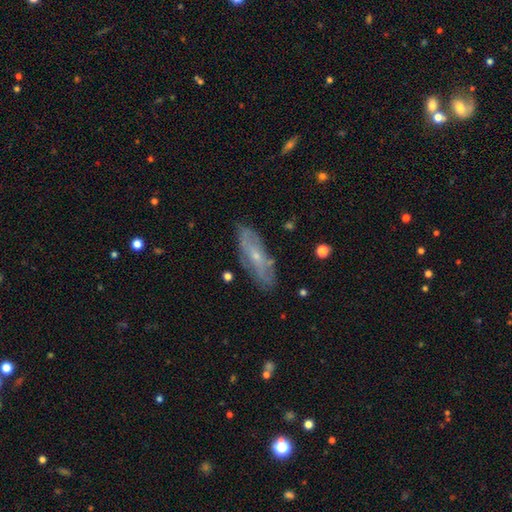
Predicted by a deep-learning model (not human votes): The model was most divided on "smooth or featured": featured or disk: 62%, smooth: 31%, star or artifact: 7%. More confident: merging — none (79%); edge-on disk — no (69%).